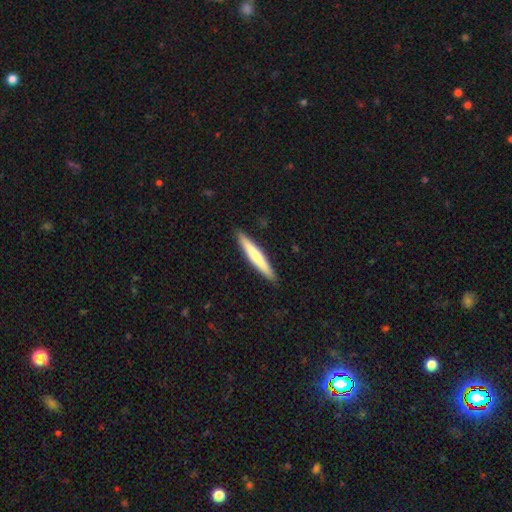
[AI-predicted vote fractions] smooth-or-featured: smooth: 64% | featured or disk: 31% | star or artifact: 5%
  how-rounded: cigar-shaped: 95% | in between: 4% | round: 1%
  merging: none: 91% | minor disturbance: 6% | major disturbance: 1% | merger: 1%